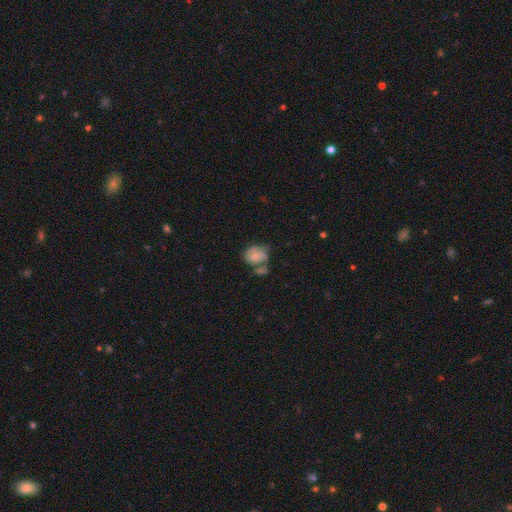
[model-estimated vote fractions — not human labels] Smooth or featured? smooth (47%)
Merging? none (35%)